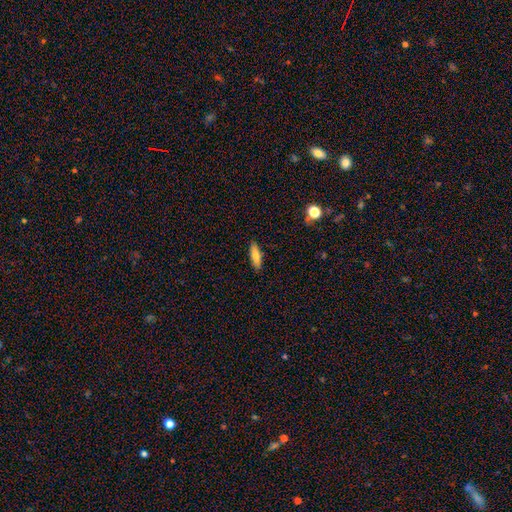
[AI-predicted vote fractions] This appears to be a smooth galaxy with no disk features (77%) that is cigar-shaped (54%). Merging: none (88%).